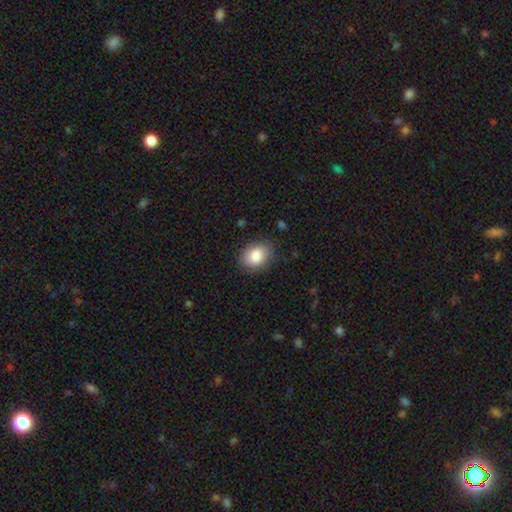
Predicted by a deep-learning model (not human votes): The model was most divided on "how rounded": in between: 67%, round: 32%, cigar-shaped: 1%. More confident: smooth or featured — smooth (86%); merging — none (83%).